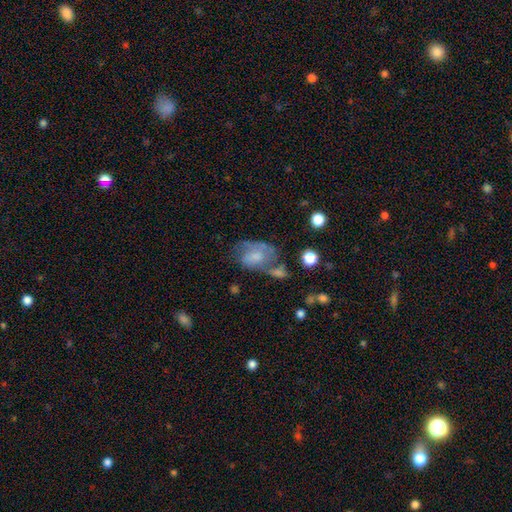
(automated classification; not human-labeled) featured or disk 52%, smooth 39%, star or artifact 10%. Down the decision tree: edge-on disk — no (96%); merging — none (32%).